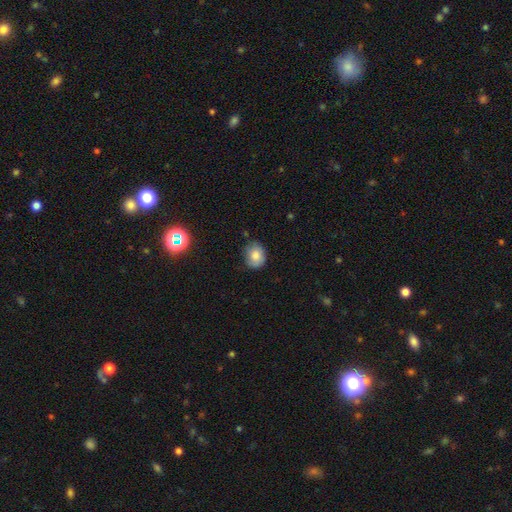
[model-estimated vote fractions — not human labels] This appears to be a smooth galaxy with no disk features (81%) that is round (60%). Merging: none (71%).